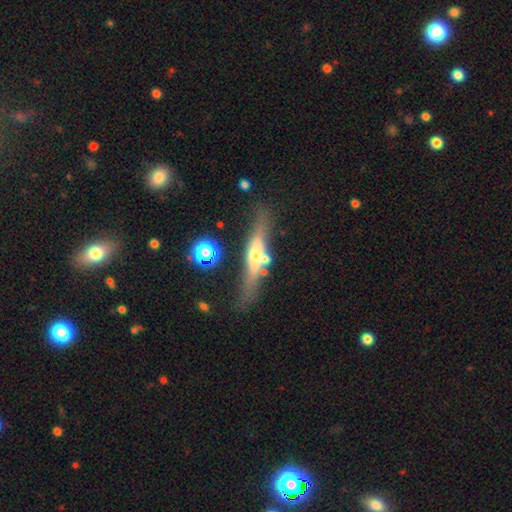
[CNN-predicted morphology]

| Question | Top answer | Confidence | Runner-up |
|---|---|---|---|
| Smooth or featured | featured or disk | 60% | smooth (32%) |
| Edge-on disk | yes | 87% | no (13%) |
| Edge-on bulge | rounded | 83% | none (9%) |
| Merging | none | 69% | minor disturbance (15%) |